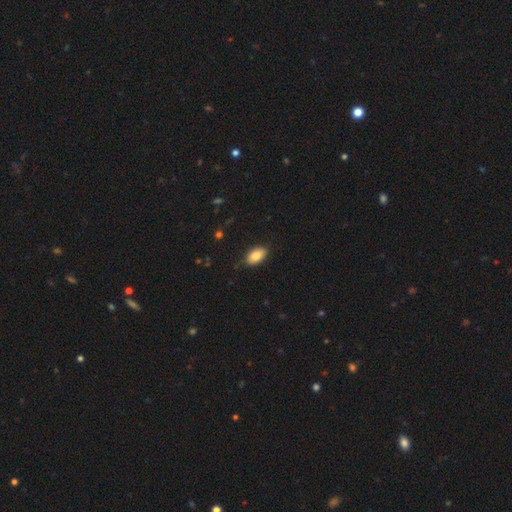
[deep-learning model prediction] A smooth galaxy with no disk features (85%) that is in between round and cigar-shaped (93%).

Vote fractions:
- Smooth or featured? smooth: 85% / featured or disk: 7% / star or artifact: 7%
- How rounded? in between: 93% / round: 5% / cigar-shaped: 2%
- Merging? none: 83% / minor disturbance: 13% / major disturbance: 2% / merger: 1%